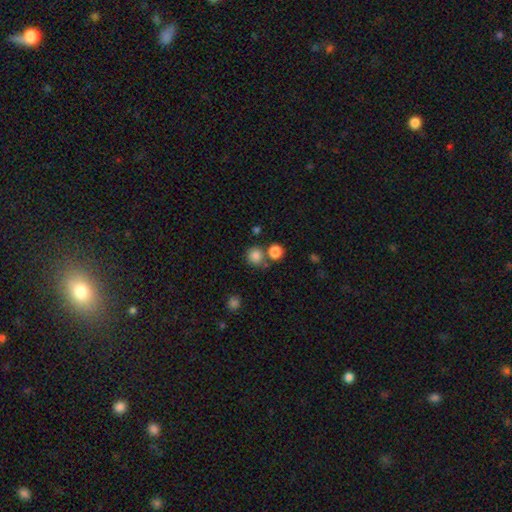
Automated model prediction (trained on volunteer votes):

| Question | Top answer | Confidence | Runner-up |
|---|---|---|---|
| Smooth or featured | smooth | 83% | star or artifact (12%) |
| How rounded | round | 89% | in between (10%) |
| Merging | none | 68% | merger (21%) |